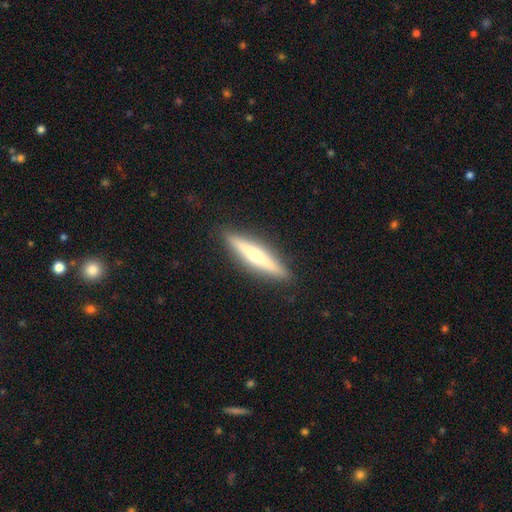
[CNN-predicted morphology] This appears to be a featured or disk galaxy (60%) viewed edge-on (96%) with a rounded central bulge (86%). Merging: none (91%).